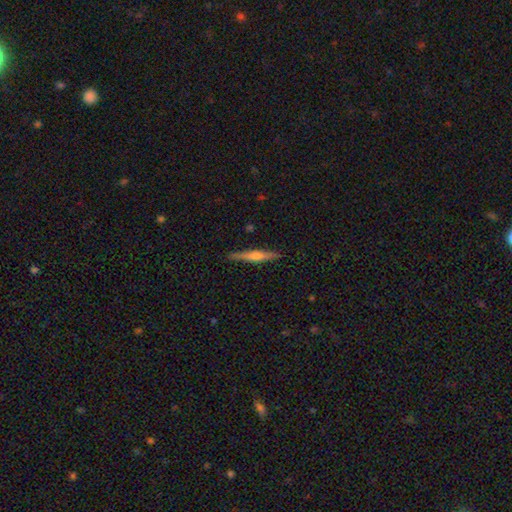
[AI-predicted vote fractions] Q: Smooth or featured?
A: featured or disk (57%); runner-up: smooth (37%)
Q: Edge-on disk?
A: yes (97%); runner-up: no (3%)
Q: Edge-on bulge?
A: rounded (79%); runner-up: none (12%)
Q: Merging?
A: none (89%); runner-up: minor disturbance (8%)